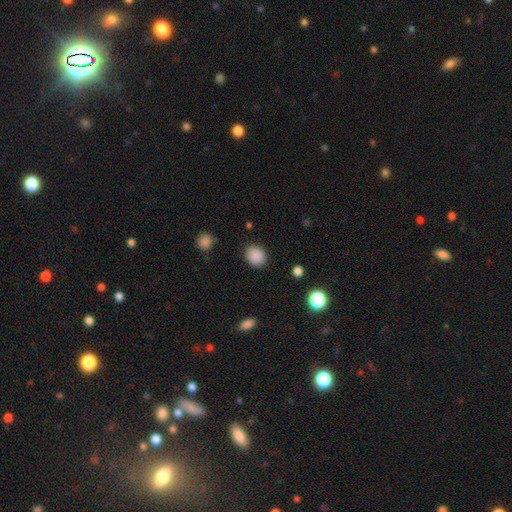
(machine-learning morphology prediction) smooth_or_featured: smooth (p=0.88) [alt: star or artifact p=0.09]
how_rounded: round (p=0.57) [alt: in between p=0.42]
merging: none (p=0.87) [alt: minor disturbance p=0.09]